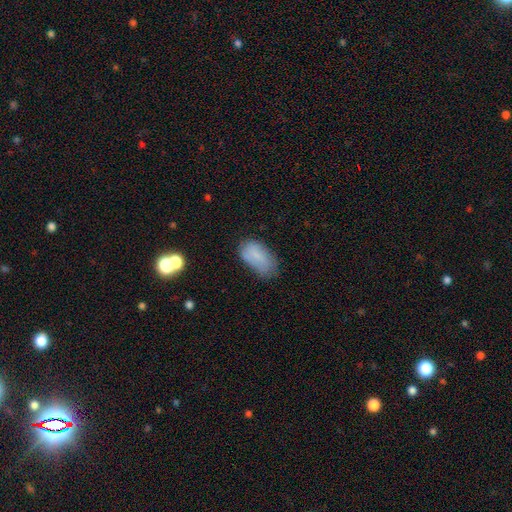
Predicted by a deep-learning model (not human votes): Q: Smooth or featured?
A: smooth (78%); runner-up: featured or disk (13%)
Q: How rounded?
A: in between (94%); runner-up: round (4%)
Q: Merging?
A: none (54%); runner-up: minor disturbance (33%)